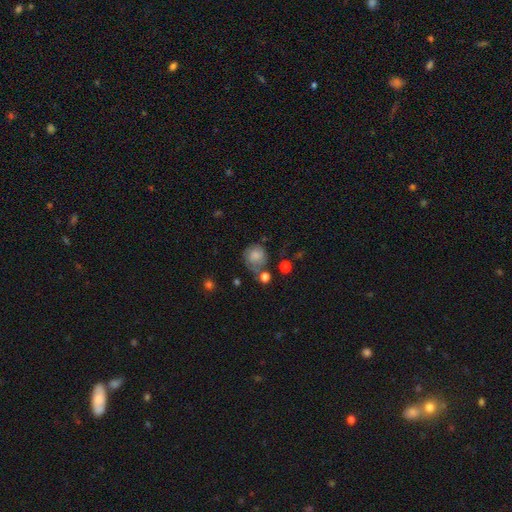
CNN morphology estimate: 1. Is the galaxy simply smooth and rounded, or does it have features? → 65% smooth, 25% featured or disk, 10% star or artifact.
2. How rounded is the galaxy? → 76% round, 23% in between, 1% cigar-shaped.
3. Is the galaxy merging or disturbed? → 45% none, 25% minor disturbance, 19% major disturbance, 11% merger.